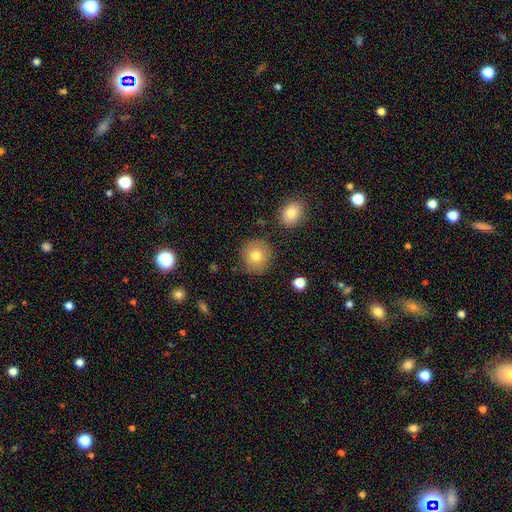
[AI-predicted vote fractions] smooth 79%, featured or disk 12%, star or artifact 9%. Down the decision tree: how rounded — round (91%); merging — none (86%).